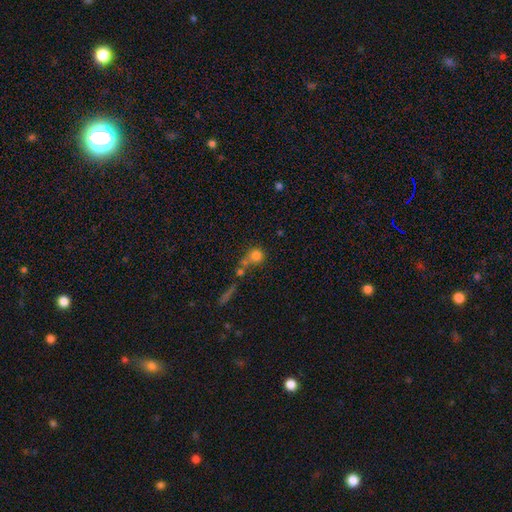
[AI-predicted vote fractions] Morphology: type=smooth (76%); roundness=round (84%); merging=merger (44%).